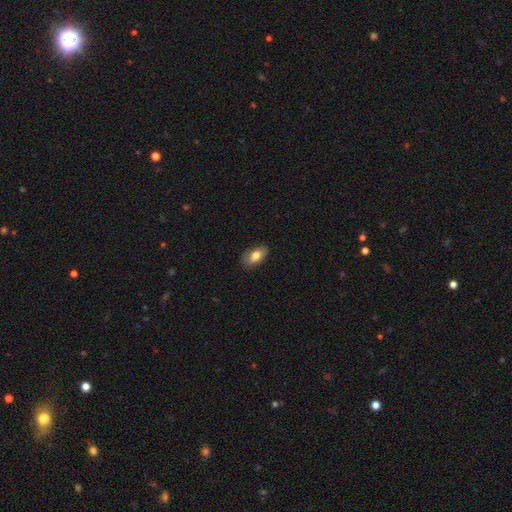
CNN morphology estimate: Smooth or featured? smooth (78%)
How rounded? in between (92%)
Merging? none (79%)